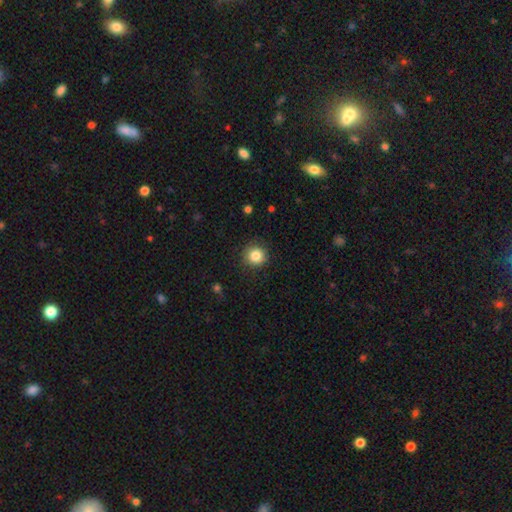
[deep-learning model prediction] The model was most divided on "smooth or featured": smooth: 84%, star or artifact: 10%, featured or disk: 6%. More confident: how rounded — round (93%); merging — none (86%).